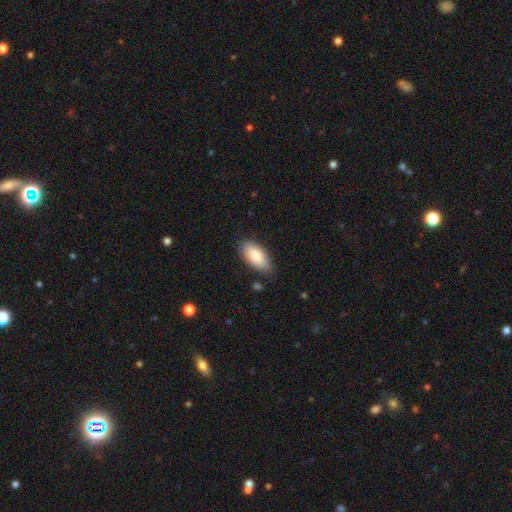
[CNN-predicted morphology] Smooth or featured: smooth — 86% (featured or disk — 8%)
How rounded: in between — 91% (cigar-shaped — 6%)
Merging: none — 80% (minor disturbance — 15%)